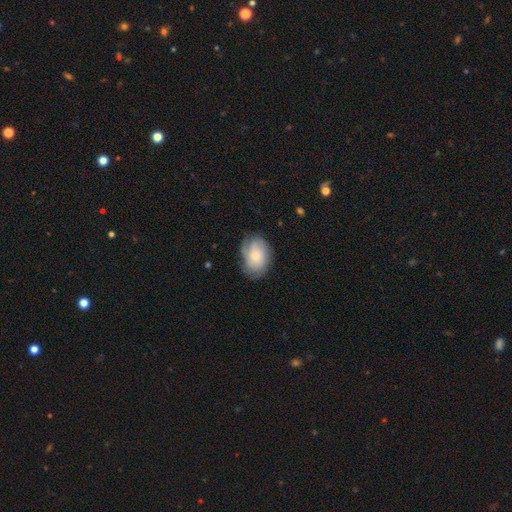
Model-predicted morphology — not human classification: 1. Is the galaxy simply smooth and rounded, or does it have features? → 59% smooth, 34% featured or disk, 7% star or artifact.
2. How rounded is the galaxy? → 78% in between, 21% round, 1% cigar-shaped.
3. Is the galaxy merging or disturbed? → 65% none, 25% minor disturbance, 9% major disturbance, 1% merger.